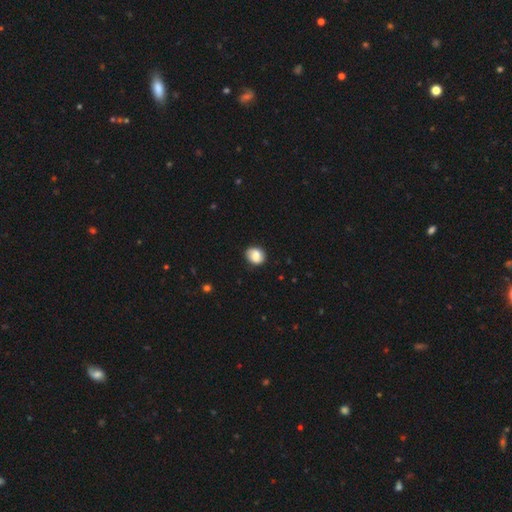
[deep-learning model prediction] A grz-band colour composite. It shows a smooth galaxy with no disk features (76%) that is round (58%). Merging: none (82%).